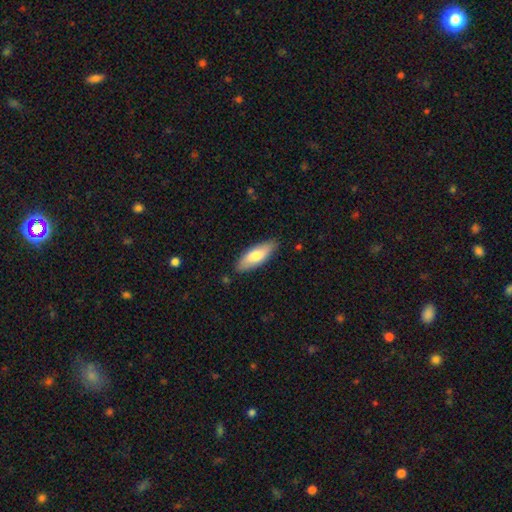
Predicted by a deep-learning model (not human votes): Smooth or featured: smooth — 74% (featured or disk — 20%)
How rounded: in between — 69% (cigar-shaped — 30%)
Merging: none — 84% (minor disturbance — 12%)